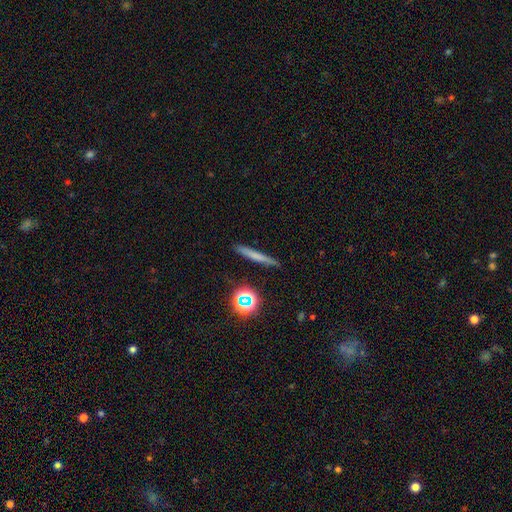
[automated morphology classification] Smooth or featured?
  - smooth: 61% *
  - featured or disk: 26%
  - star or artifact: 13%
How rounded?
  - cigar-shaped: 92% *
  - in between: 4%
  - round: 4%
Merging?
  - none: 87% *
  - minor disturbance: 9%
  - major disturbance: 2%
  - merger: 2%